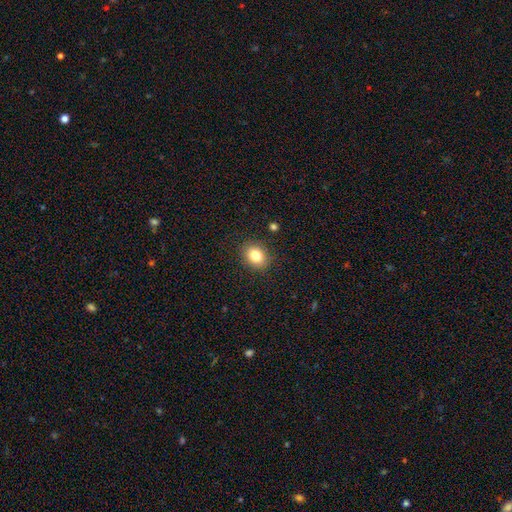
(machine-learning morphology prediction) smooth-or-featured: smooth: 81% | star or artifact: 10% | featured or disk: 8%
  how-rounded: round: 53% | in between: 46% | cigar-shaped: 1%
  merging: none: 88% | minor disturbance: 8% | major disturbance: 3% | merger: 1%